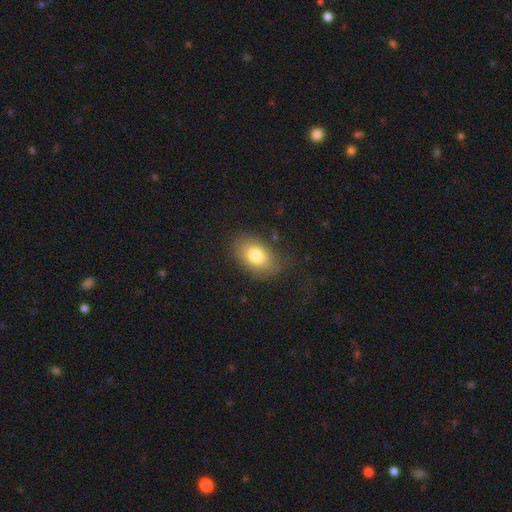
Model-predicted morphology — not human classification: Smooth or featured: smooth — 79% (featured or disk — 12%)
How rounded: in between — 87% (round — 12%)
Merging: none — 78% (minor disturbance — 15%)